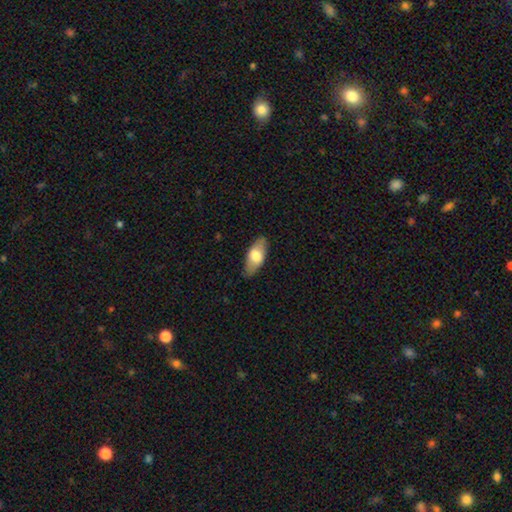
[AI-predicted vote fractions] smooth_or_featured: smooth (p=0.68) [alt: featured or disk p=0.27]
how_rounded: in between (p=0.85) [alt: cigar-shaped p=0.12]
merging: none (p=0.83) [alt: minor disturbance p=0.13]